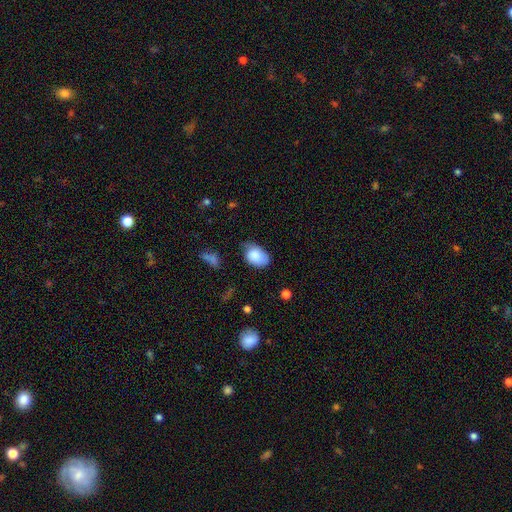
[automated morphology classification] smooth-or-featured: smooth: 85% | featured or disk: 9% | star or artifact: 7%
  how-rounded: in between: 85% | round: 14% | cigar-shaped: 1%
  merging: none: 49% | minor disturbance: 38% | major disturbance: 10% | merger: 2%